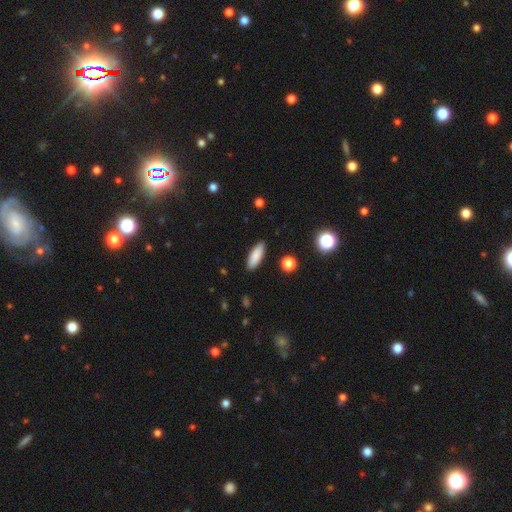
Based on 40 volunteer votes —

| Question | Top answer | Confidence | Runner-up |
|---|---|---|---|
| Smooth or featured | smooth | 92% | featured or disk (5%) |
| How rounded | cigar-shaped | 51% | in between (49%) |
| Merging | none | 97% | merger (3%) |